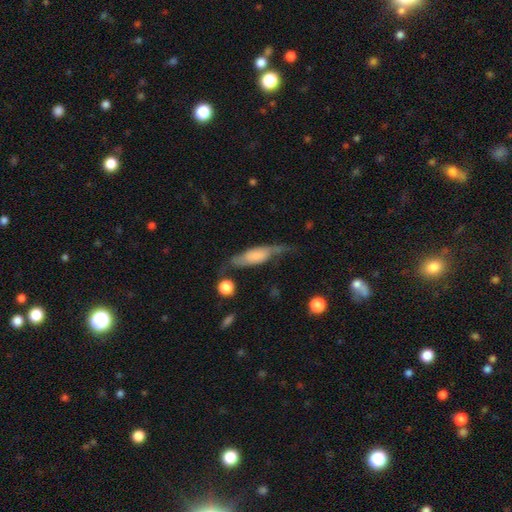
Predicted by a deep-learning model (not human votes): Overall: featured or disk (49%; smooth 44%). Merging: none (45%; minor disturbance 30%).